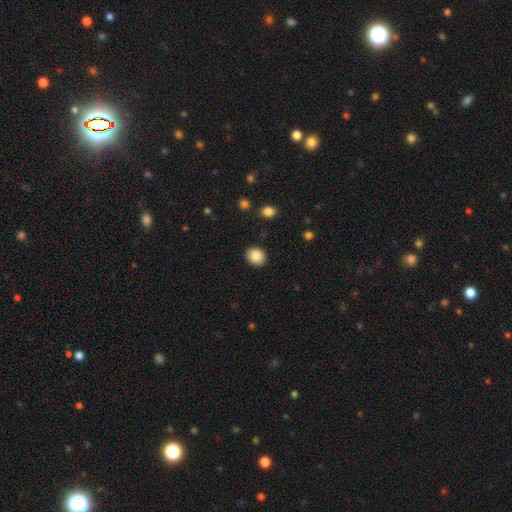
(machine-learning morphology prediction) smooth-or-featured: smooth: 86% | star or artifact: 8% | featured or disk: 6%
  how-rounded: round: 68% | in between: 31% | cigar-shaped: 1%
  merging: none: 90% | minor disturbance: 7% | major disturbance: 2% | merger: 1%